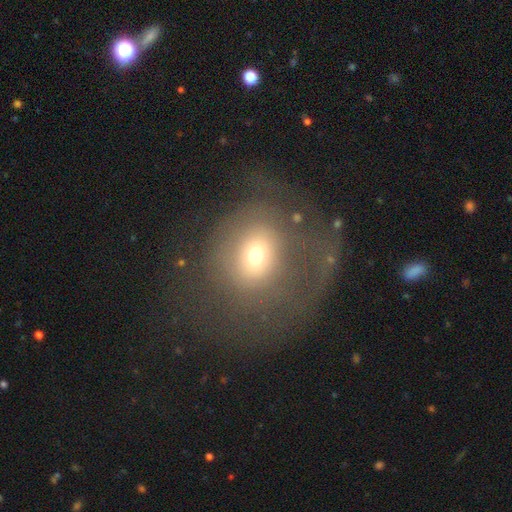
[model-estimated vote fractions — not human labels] Smooth or featured: smooth — 54% (featured or disk — 33%)
How rounded: round — 75% (in between — 24%)
Merging: major disturbance — 44% (none — 38%)